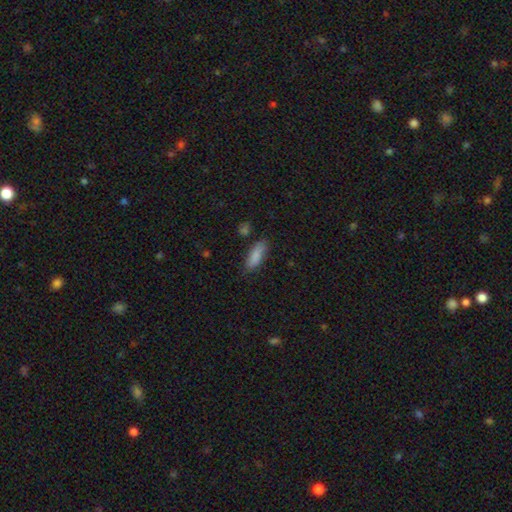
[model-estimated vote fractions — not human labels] Smooth or featured? smooth (85%)
How rounded? in between (68%)
Merging? none (75%)